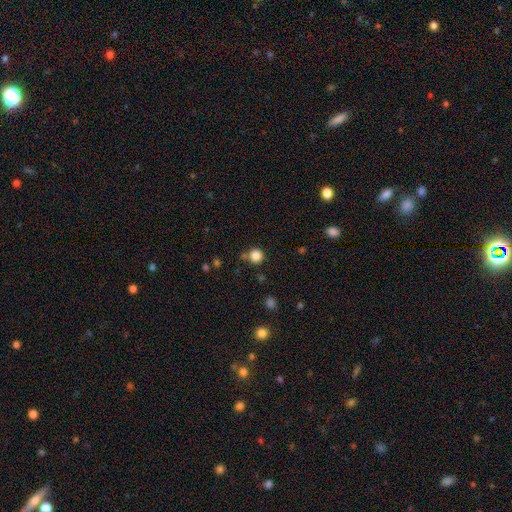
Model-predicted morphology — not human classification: This is clearly a smooth galaxy (84%). How rounded: clearly round (92%). Merging: likely none (76%).